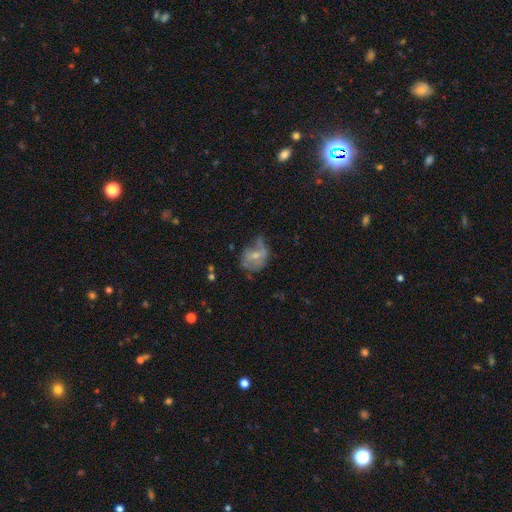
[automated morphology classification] Smooth or featured?
  - smooth: 47% *
  - featured or disk: 43%
  - star or artifact: 10%
Merging?
  - minor disturbance: 34% *
  - none: 33%
  - major disturbance: 28%
  - merger: 5%